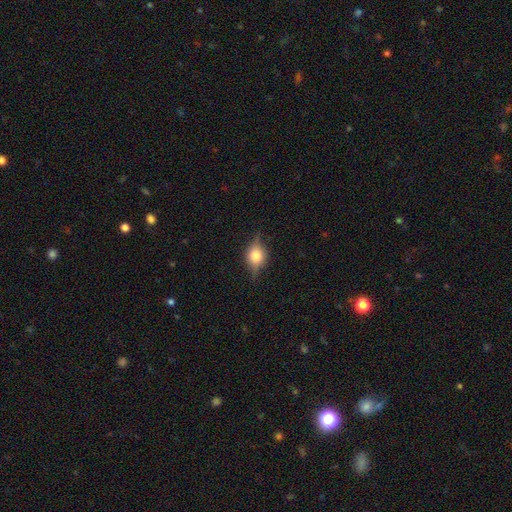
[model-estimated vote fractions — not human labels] Smooth or featured: featured or disk — 50% (smooth — 39%)
Edge-on disk: yes — 90% (no — 10%)
Merging: none — 76% (minor disturbance — 18%)